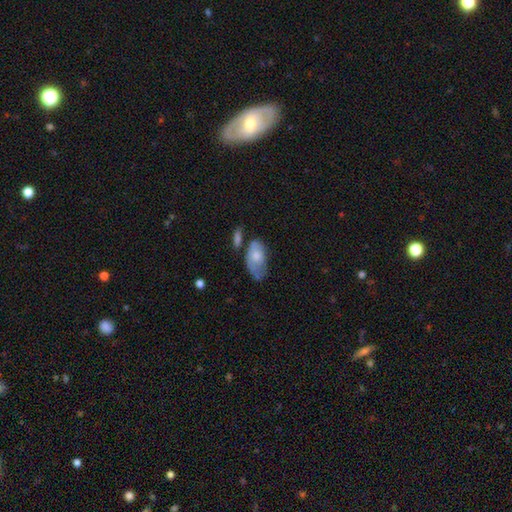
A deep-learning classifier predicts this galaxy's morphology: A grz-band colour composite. It shows a smooth galaxy with no disk features (69%) that is in between round and cigar-shaped (92%). Merging: minor disturbance (35%).